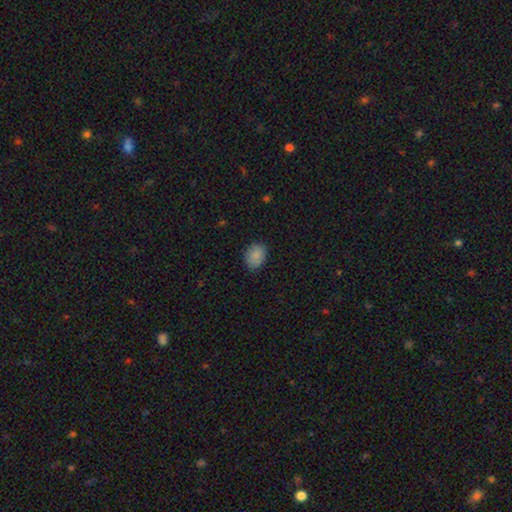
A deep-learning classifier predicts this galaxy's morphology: Smooth or featured? Predicted: smooth (p=0.87). How rounded? Predicted: in between (p=0.62). Merging? Predicted: none (p=0.84).